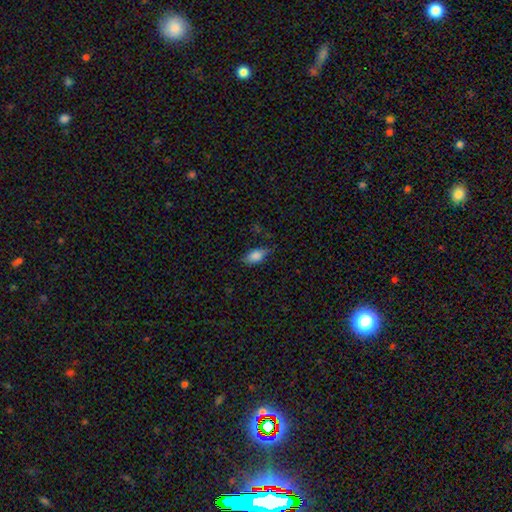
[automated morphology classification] The model was most divided on "merging": none: 69%, minor disturbance: 24%, major disturbance: 5%, merger: 2%. More confident: how rounded — in between (89%); smooth or featured — smooth (83%).